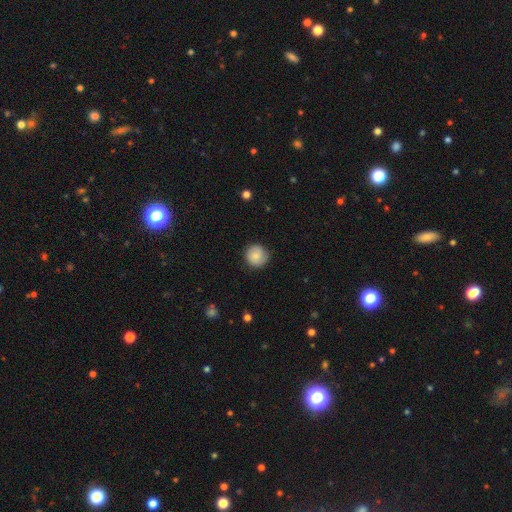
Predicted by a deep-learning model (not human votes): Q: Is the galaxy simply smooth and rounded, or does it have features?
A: smooth — 81%.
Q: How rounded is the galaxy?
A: round — 94%.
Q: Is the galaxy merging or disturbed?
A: none — 84%.